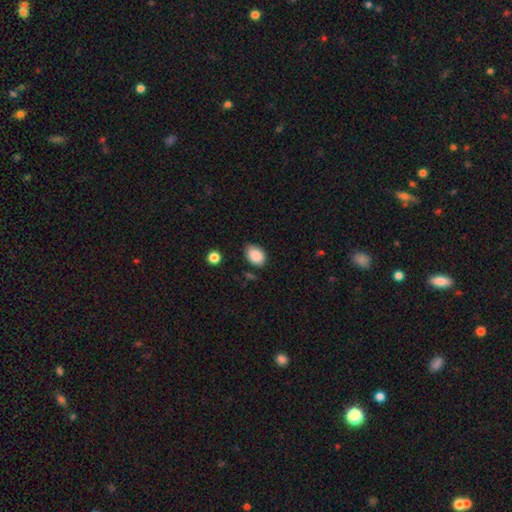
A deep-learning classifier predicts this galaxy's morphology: smooth_or_featured: smooth (p=0.89) [alt: star or artifact p=0.08]
how_rounded: in between (p=0.81) [alt: round p=0.18]
merging: none (p=0.78) [alt: minor disturbance p=0.16]